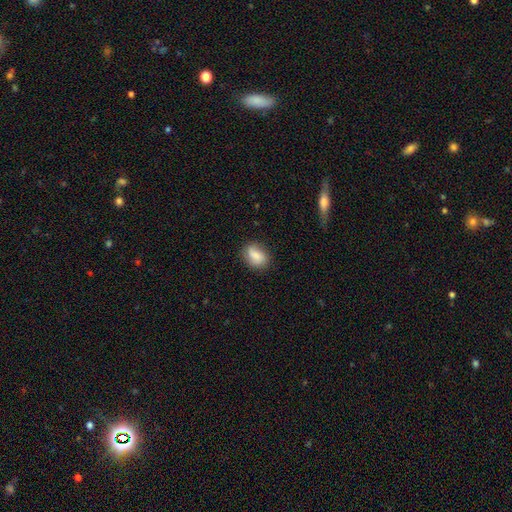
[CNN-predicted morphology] smooth 82%, featured or disk 10%, star or artifact 8%. Down the decision tree: how rounded — in between (73%); merging — none (73%).